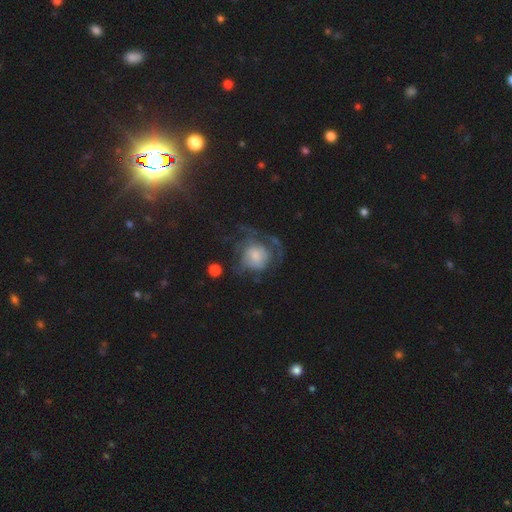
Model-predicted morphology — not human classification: smooth_or_featured: featured or disk (p=0.55) [alt: smooth p=0.36]
disk_edge_on: no (p=0.97) [alt: yes p=0.03]
bar: no (p=0.77) [alt: weak p=0.20]
has_spiral_arms: yes (p=0.72) [alt: no p=0.28]
bulge_size: moderate (p=0.35) [alt: small p=0.30]
merging: major disturbance (p=0.41) [alt: none p=0.37]